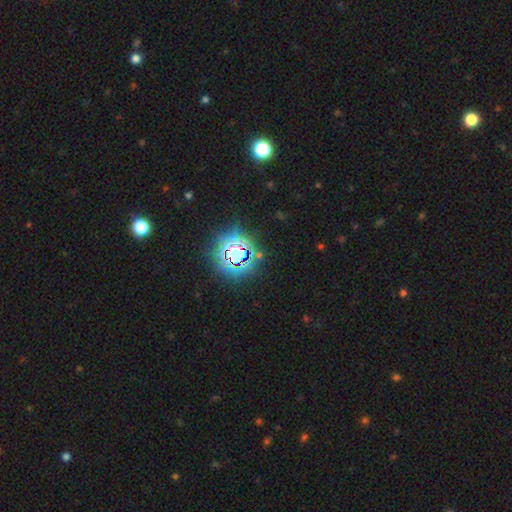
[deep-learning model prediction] Smooth or featured?
  - star or artifact: 77% *
  - smooth: 15%
  - featured or disk: 8%